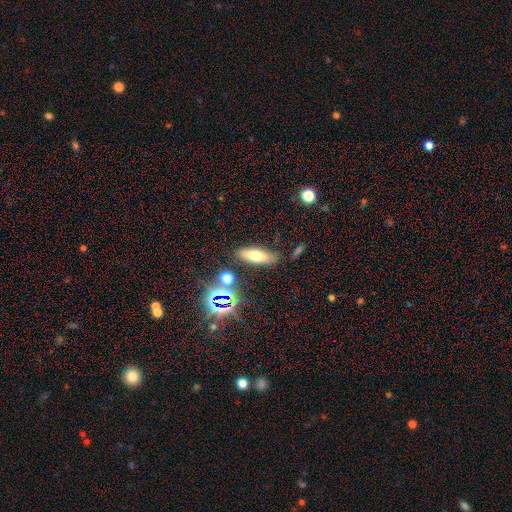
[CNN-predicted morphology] smooth-or-featured: smooth: 64% | featured or disk: 20% | star or artifact: 15%
  how-rounded: in between: 52% | cigar-shaped: 44% | round: 5%
  merging: none: 81% | minor disturbance: 11% | merger: 4% | major disturbance: 3%